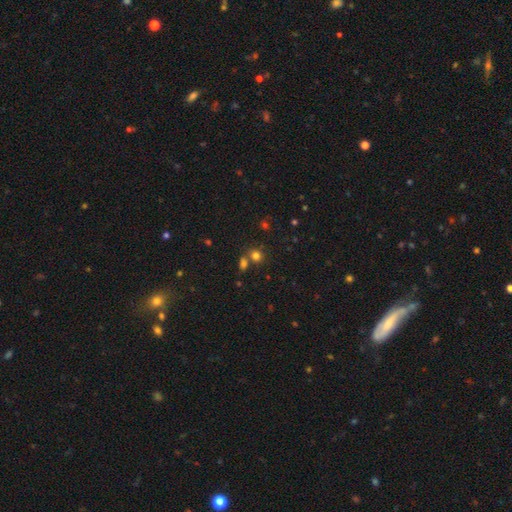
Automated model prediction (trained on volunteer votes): A smooth galaxy with no disk features (74%) that is round (72%).

Vote fractions:
- Smooth or featured? smooth: 74% / star or artifact: 19% / featured or disk: 7%
- How rounded? round: 72% / in between: 26% / cigar-shaped: 1%
- Merging? none: 63% / merger: 25% / minor disturbance: 9% / major disturbance: 4%